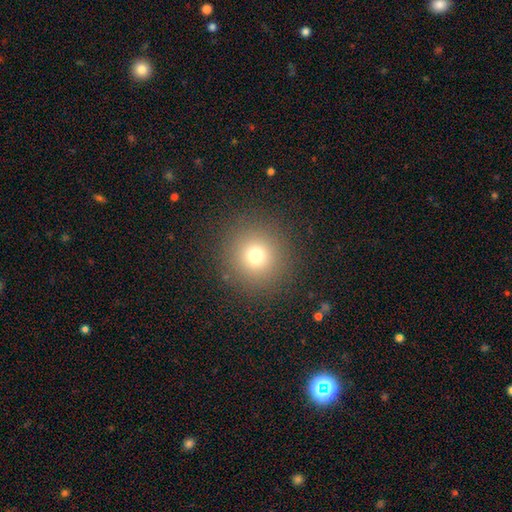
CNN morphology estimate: Smooth or featured? smooth (73%)
How rounded? round (95%)
Merging? none (89%)